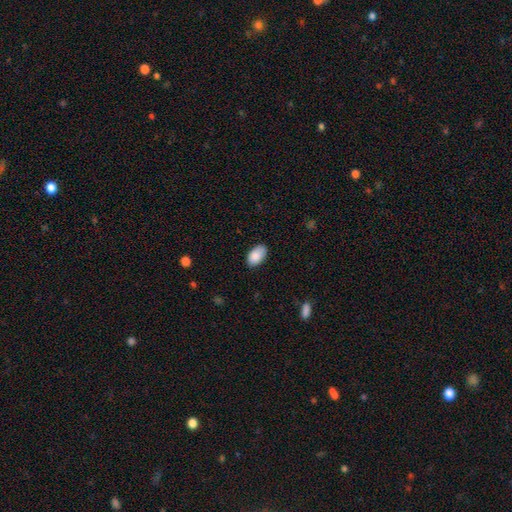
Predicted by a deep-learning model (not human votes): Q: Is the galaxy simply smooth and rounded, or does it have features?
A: smooth — 88%.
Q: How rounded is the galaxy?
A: in between — 94%.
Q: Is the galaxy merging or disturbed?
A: none — 81%.